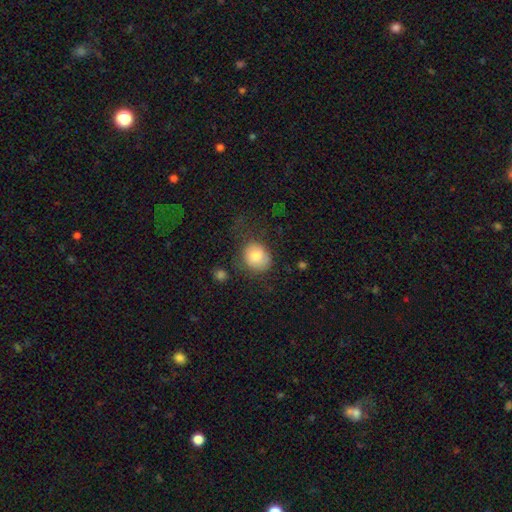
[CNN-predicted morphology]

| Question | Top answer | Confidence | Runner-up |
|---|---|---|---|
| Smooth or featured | smooth | 80% | featured or disk (12%) |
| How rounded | round | 74% | in between (25%) |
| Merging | none | 59% | minor disturbance (23%) |